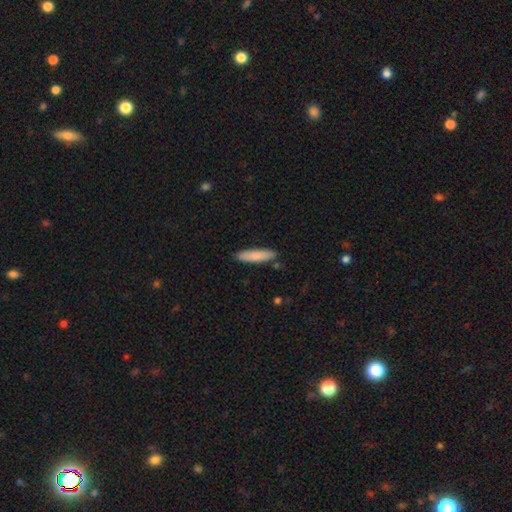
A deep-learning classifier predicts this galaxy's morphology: This appears to be a smooth galaxy with no disk features (83%) that is cigar-shaped (77%). Merging: none (86%).